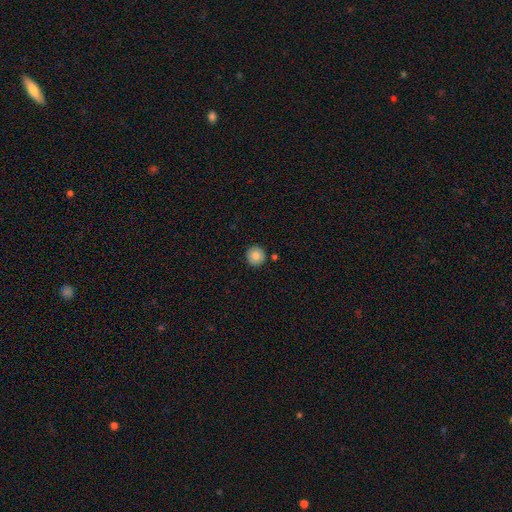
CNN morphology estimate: Smooth or featured: smooth — 78% (featured or disk — 14%)
How rounded: round — 95% (in between — 4%)
Merging: none — 90% (minor disturbance — 6%)